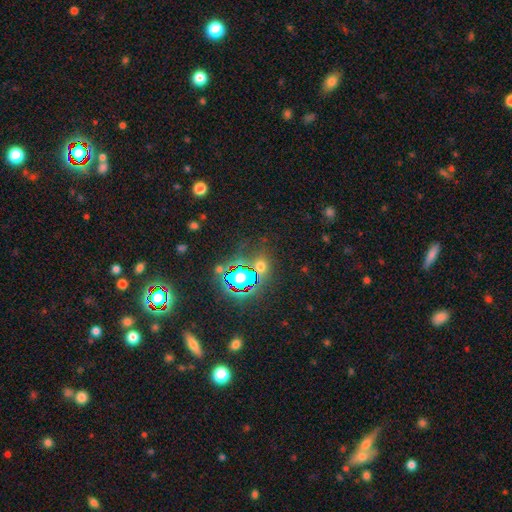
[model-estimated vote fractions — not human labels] Q: Smooth or featured?
A: star or artifact (79%); runner-up: smooth (13%)